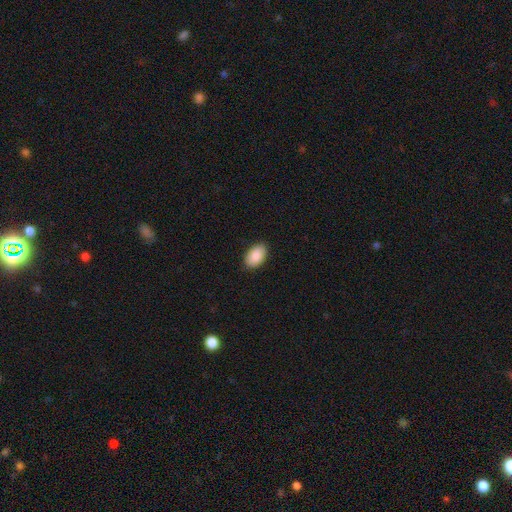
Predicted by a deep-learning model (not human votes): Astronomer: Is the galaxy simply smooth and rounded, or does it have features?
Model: smooth — 90%.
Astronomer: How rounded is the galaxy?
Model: in between — 94%.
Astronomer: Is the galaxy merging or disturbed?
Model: none — 88%.